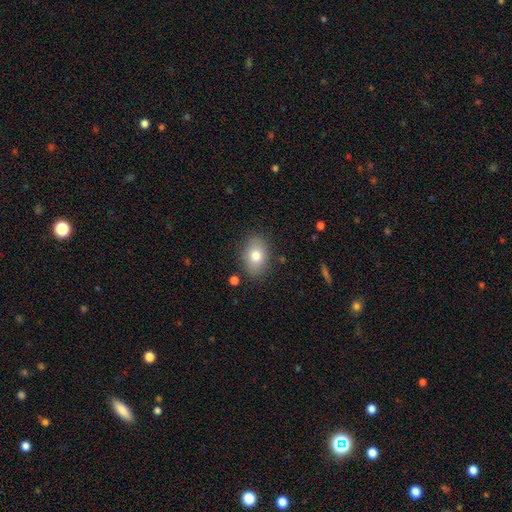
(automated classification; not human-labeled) Smooth or featured: smooth — 79% (featured or disk — 13%)
How rounded: in between — 78% (round — 21%)
Merging: none — 84% (minor disturbance — 11%)